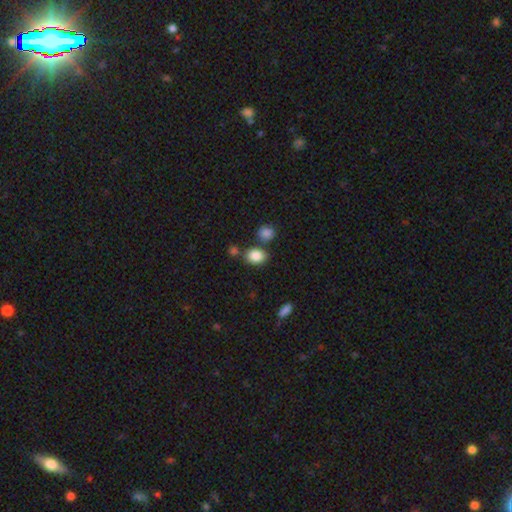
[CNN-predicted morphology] type=smooth (86%); roundness=in between (57%); merging=none (68%).